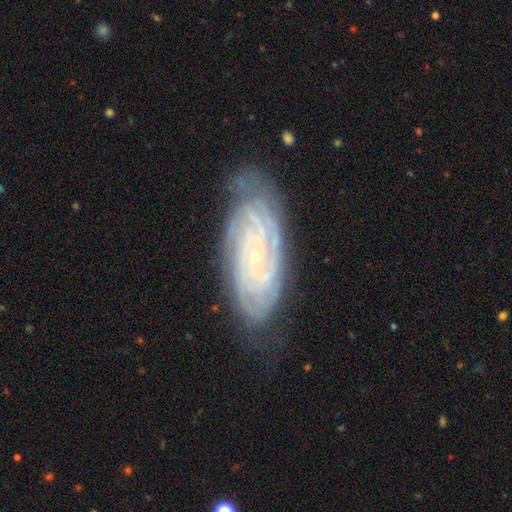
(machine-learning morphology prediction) The model was most divided on "spiral arm count": can't tell: 31%, 2: 20%, 3: 17%, 4: 17%, more than 4: 9%, 1: 6%. More confident: spiral arms — yes (97%); edge-on disk — no (93%); smooth or featured — featured or disk (85%); bulge size — small (84%); spiral winding — tight (81%); merging — none (75%); bar — no (74%).